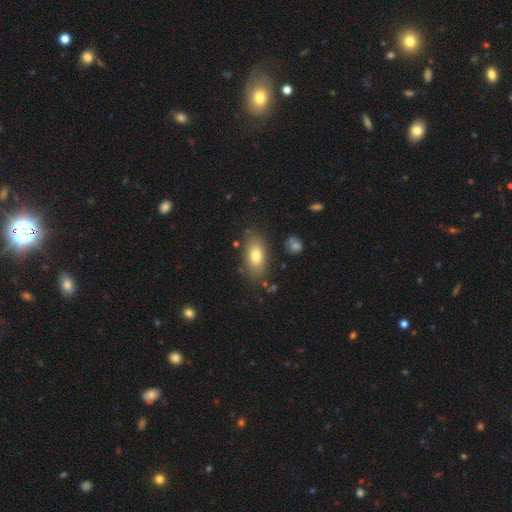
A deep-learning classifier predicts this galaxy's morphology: Smooth or featured? Predicted: smooth (p=0.75). How rounded? Predicted: in between (p=0.86). Merging? Predicted: none (p=0.79).